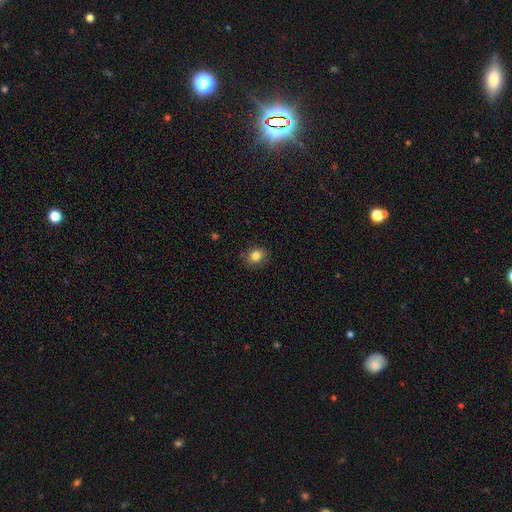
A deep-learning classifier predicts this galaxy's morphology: smooth 84%, star or artifact 10%, featured or disk 5%. Down the decision tree: how rounded — round (55%); merging — none (85%).